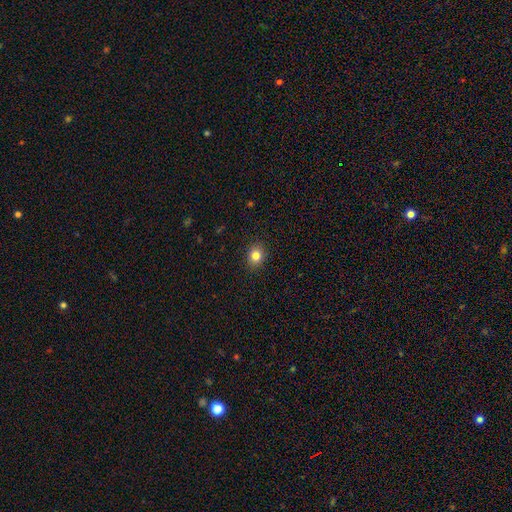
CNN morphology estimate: Smooth or featured?
  - smooth: 83% *
  - star or artifact: 11%
  - featured or disk: 6%
How rounded?
  - round: 69% *
  - in between: 30%
  - cigar-shaped: 1%
Merging?
  - none: 91% *
  - minor disturbance: 6%
  - major disturbance: 2%
  - merger: 1%